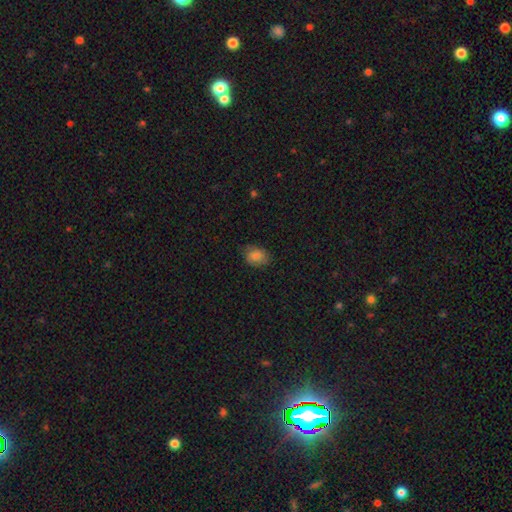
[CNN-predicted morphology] This is clearly a smooth galaxy (83%). How rounded: likely in between (66%). Merging: likely none (76%).